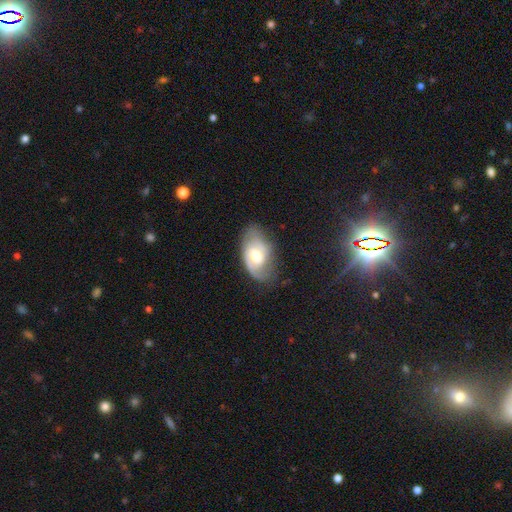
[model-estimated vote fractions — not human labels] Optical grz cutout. It shows a featured or disk galaxy (64%) with a weak bar (50%), spiral arms (81%) and a moderate central bulge (67%). Merging: none (57%).